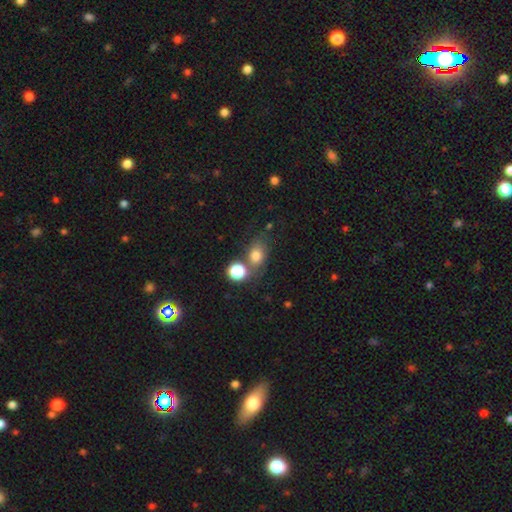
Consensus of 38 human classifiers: Smooth or featured? smooth (89%)
How rounded? round (50%, tied with in between)
Merging? merger (43%)